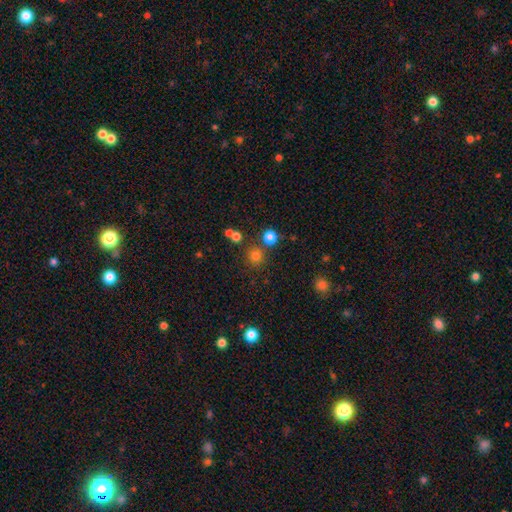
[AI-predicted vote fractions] Smooth or featured? smooth (74%)
How rounded? round (92%)
Merging? none (77%)